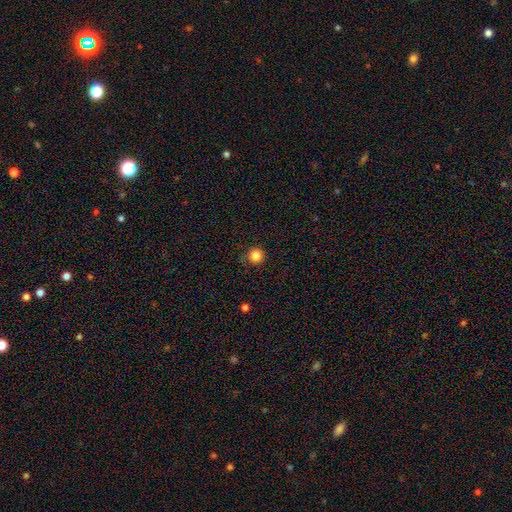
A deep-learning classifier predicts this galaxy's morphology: smooth_or_featured: smooth (p=0.85) [alt: star or artifact p=0.11]
how_rounded: round (p=0.94) [alt: in between p=0.05]
merging: none (p=0.83) [alt: minor disturbance p=0.12]